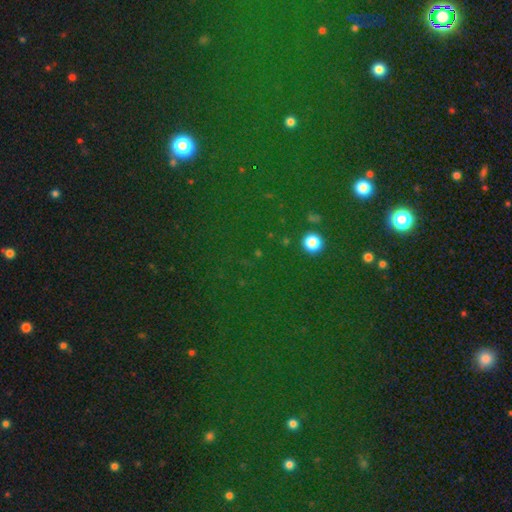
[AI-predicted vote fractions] Overall: star or artifact (75%).